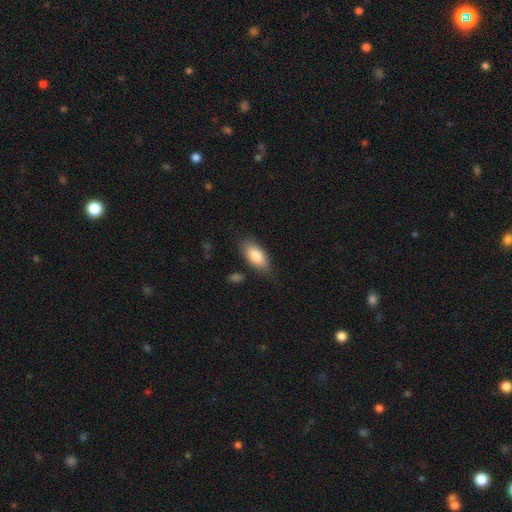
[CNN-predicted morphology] Smooth or featured?
  - smooth: 84% *
  - featured or disk: 10%
  - star or artifact: 6%
How rounded?
  - in between: 89% *
  - cigar-shaped: 8%
  - round: 3%
Merging?
  - none: 77% *
  - minor disturbance: 16%
  - major disturbance: 4%
  - merger: 2%